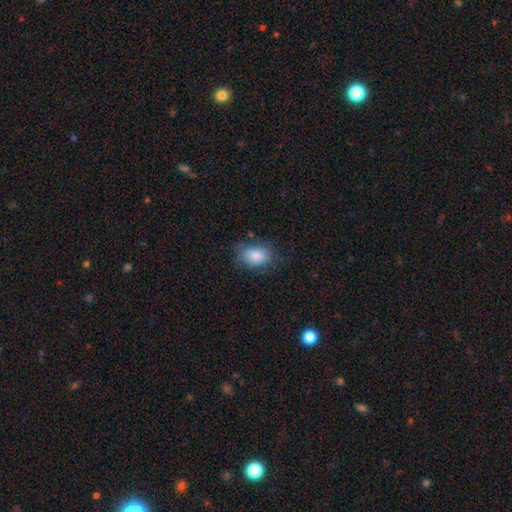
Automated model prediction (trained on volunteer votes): Morphology: type=smooth (84%); roundness=in between (80%); merging=none (69%).